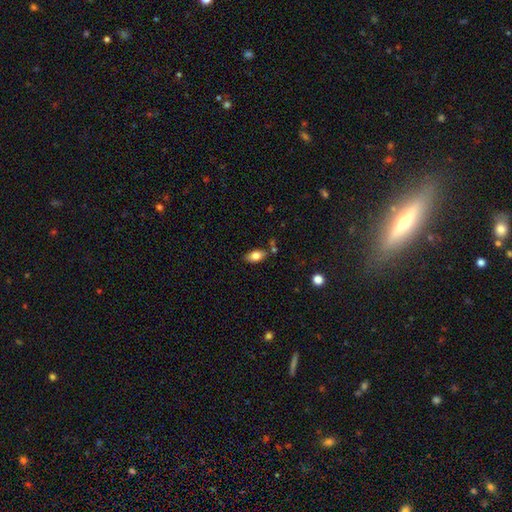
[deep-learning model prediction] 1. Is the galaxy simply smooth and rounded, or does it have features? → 78% smooth, 14% featured or disk, 8% star or artifact.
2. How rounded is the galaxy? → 90% in between, 5% cigar-shaped, 5% round.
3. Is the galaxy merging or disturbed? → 73% none, 16% minor disturbance, 8% merger, 3% major disturbance.